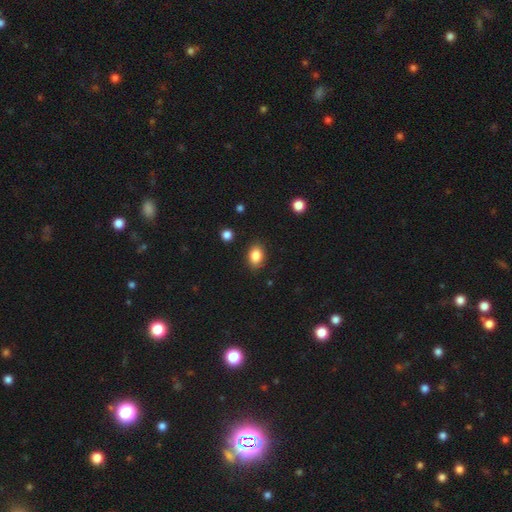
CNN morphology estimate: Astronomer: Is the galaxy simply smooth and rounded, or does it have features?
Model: smooth — 86%.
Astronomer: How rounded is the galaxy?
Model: in between — 77%.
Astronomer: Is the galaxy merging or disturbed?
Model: none — 86%.